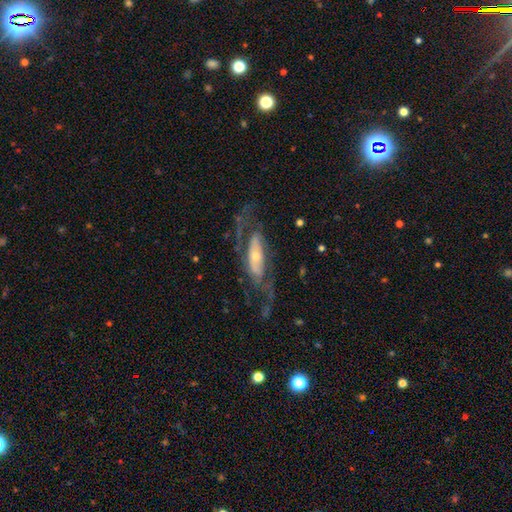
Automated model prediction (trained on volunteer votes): smooth-or-featured: featured or disk: 81% | smooth: 13% | star or artifact: 7%
  disk-edge-on: no: 82% | yes: 18%
    bar: no: 46% | weak: 30% | strong: 24%
    has-spiral-arms: yes: 85% | no: 15%
      spiral-winding: medium: 45% | loose: 33% | tight: 22%
      spiral-arm-count: 2: 74% | can't tell: 15% | 3: 4% | 1: 3% | 4: 2% | more than 4: 2%
    bulge-size: small: 55% | moderate: 36% | large: 5% | none: 2% | dominant: 2%
  merging: none: 62% | major disturbance: 20% | minor disturbance: 16% | merger: 2%